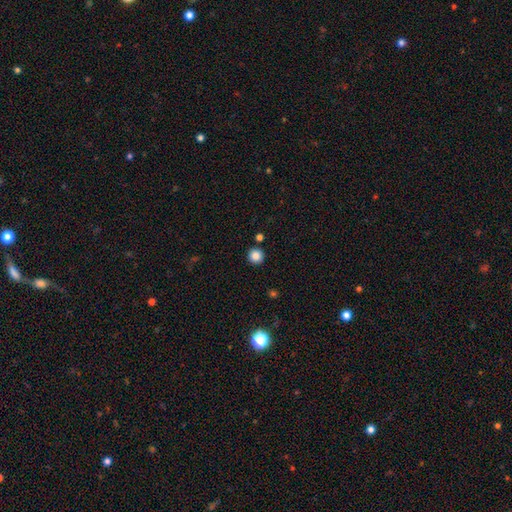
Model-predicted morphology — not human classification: A smooth galaxy with no disk features (85%) that is round (96%). Merging: none (90%).